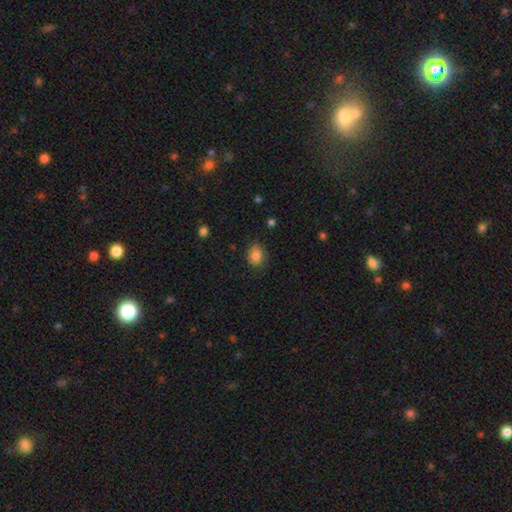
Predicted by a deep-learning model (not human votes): Smooth or featured? Predicted: smooth (p=0.85). How rounded? Predicted: in between (p=0.51). Merging? Predicted: none (p=0.80).